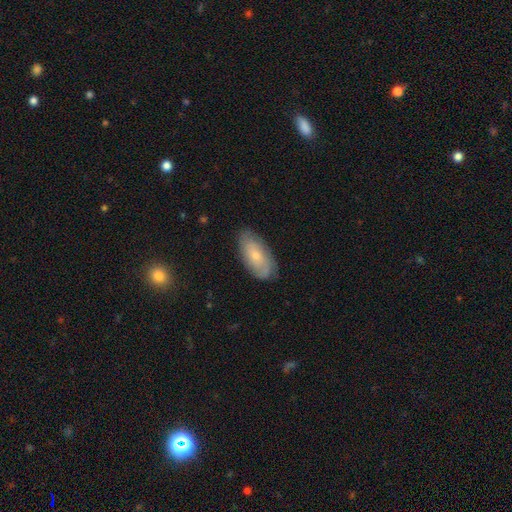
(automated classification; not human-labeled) Smooth or featured? Predicted: smooth (p=0.48). Merging? Predicted: none (p=0.79).